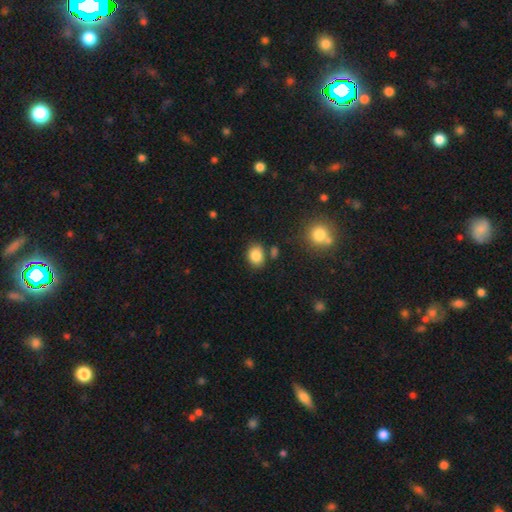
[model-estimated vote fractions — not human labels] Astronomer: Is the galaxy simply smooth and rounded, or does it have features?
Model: smooth — 85%.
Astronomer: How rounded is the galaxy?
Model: in between — 60% (runner-up: round, 39%).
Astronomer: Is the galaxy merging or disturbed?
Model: none — 76%.